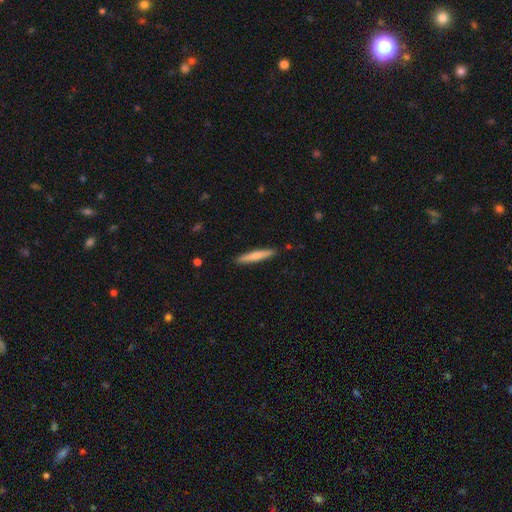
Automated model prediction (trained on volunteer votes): Q: Smooth or featured?
A: smooth (65%); runner-up: featured or disk (30%)
Q: How rounded?
A: cigar-shaped (93%); runner-up: in between (5%)
Q: Merging?
A: none (90%); runner-up: minor disturbance (7%)